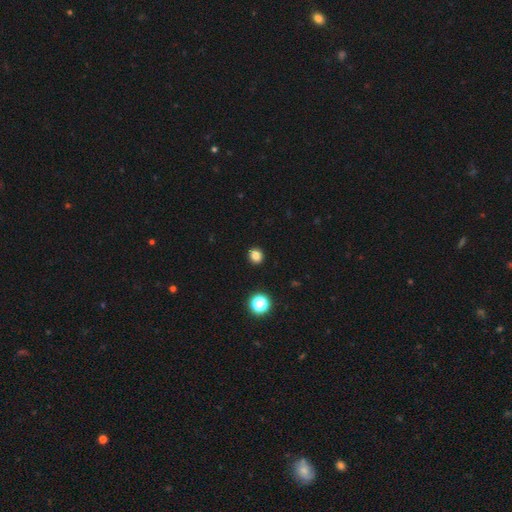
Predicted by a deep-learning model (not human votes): Morphology: type=smooth (82%); roundness=round (78%); merging=none (92%).